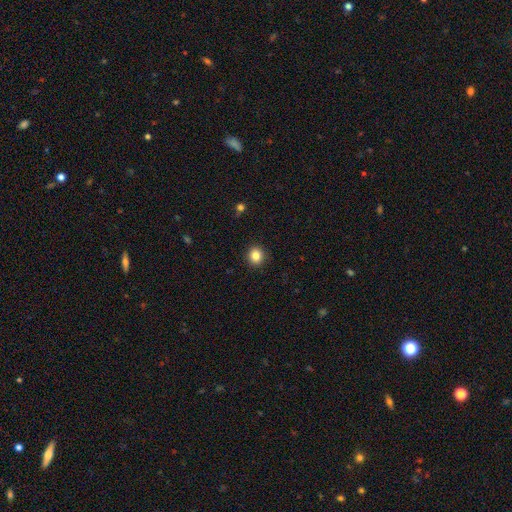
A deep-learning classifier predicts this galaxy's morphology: Smooth or featured?
  - smooth: 85% *
  - star or artifact: 10%
  - featured or disk: 5%
How rounded?
  - round: 85% *
  - in between: 14%
  - cigar-shaped: 1%
Merging?
  - none: 92% *
  - minor disturbance: 5%
  - major disturbance: 2%
  - merger: 1%